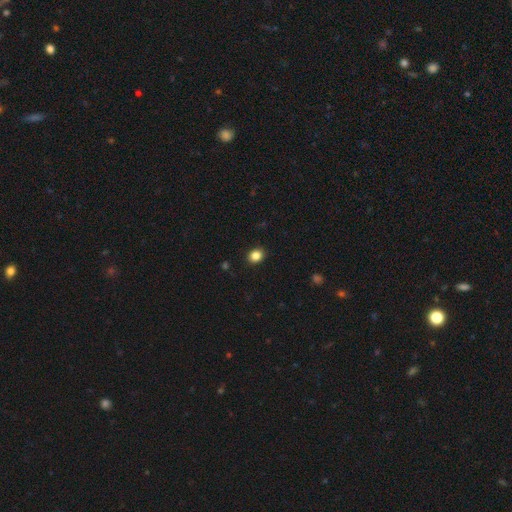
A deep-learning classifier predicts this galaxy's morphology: Overall: smooth (85%). How rounded: round (56%; in between 43%). Merging: none (90%).